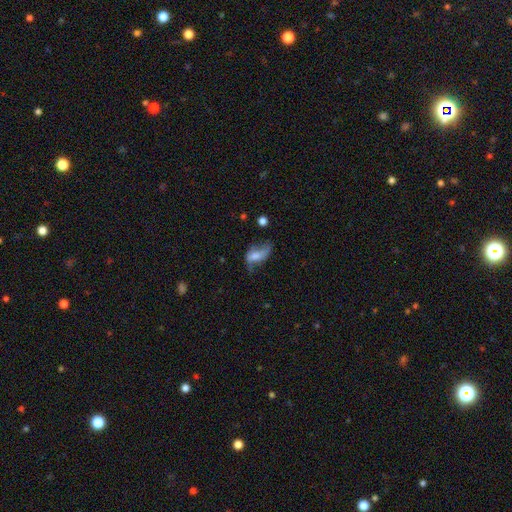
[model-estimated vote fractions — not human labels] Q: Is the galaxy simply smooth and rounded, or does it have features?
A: smooth — 52%.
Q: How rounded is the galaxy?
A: in between — 87%.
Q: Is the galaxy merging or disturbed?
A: major disturbance — 35%.